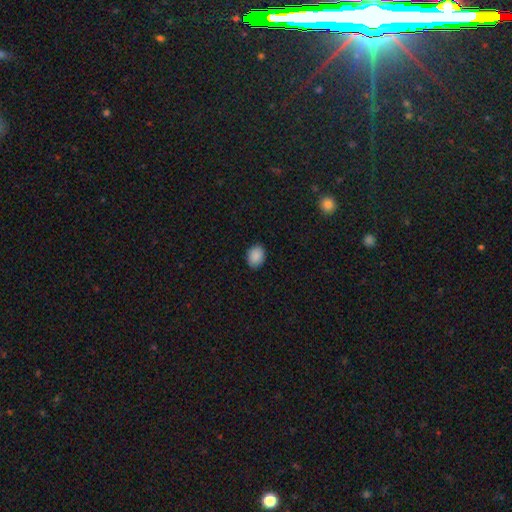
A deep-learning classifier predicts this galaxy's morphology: Smooth or featured: smooth — 89% (star or artifact — 8%)
How rounded: in between — 54% (round — 46%)
Merging: none — 89% (minor disturbance — 9%)